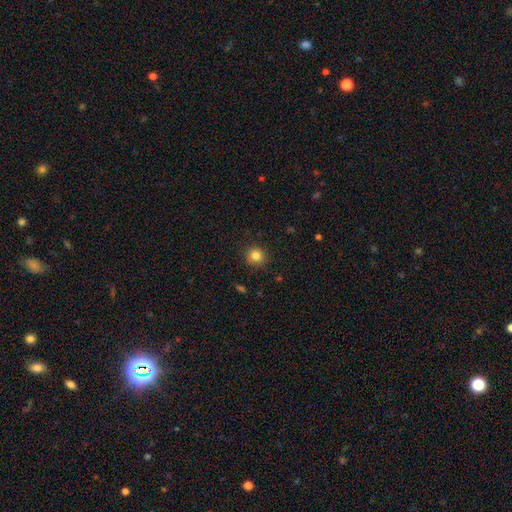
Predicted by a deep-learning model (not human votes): smooth 84%, star or artifact 11%, featured or disk 5%. Down the decision tree: how rounded — round (91%); merging — none (90%).